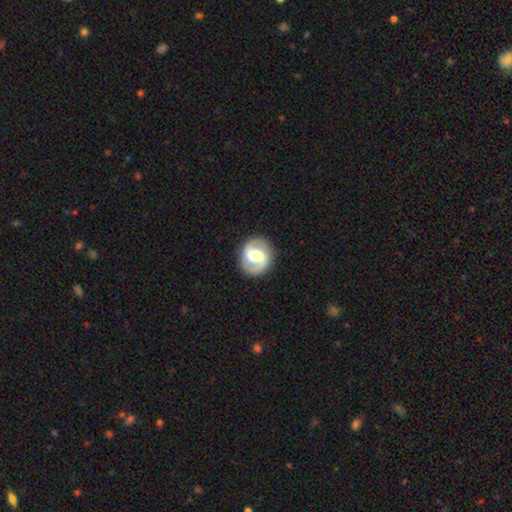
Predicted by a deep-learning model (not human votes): Overall: featured or disk (78%). Edge-on disk: no (98%). Bar: weak (47%; strong 30%). Spiral arms: yes (91%). Spiral arm count: 2 (92%). Spiral winding: medium (49%; tight 29%). Bulge size: moderate (55%; large 27%). Merging: none (88%).